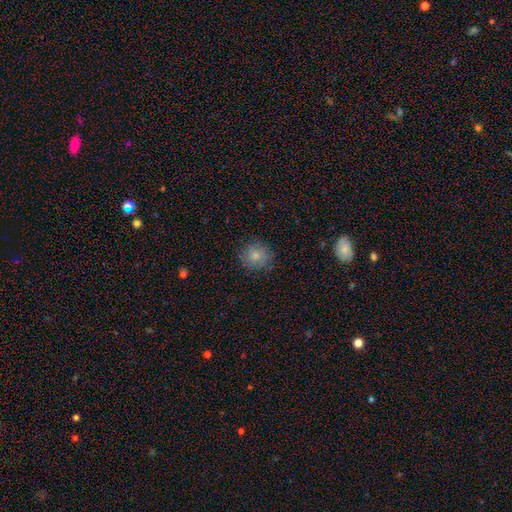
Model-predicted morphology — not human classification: The model was most divided on "smooth or featured": smooth: 81%, star or artifact: 10%, featured or disk: 8%. More confident: how rounded — round (89%); merging — none (86%).